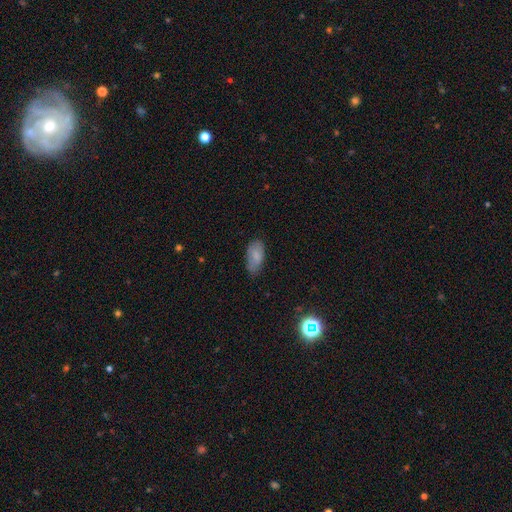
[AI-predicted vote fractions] This is clearly a smooth galaxy (80%). How rounded: clearly in between (91%). Merging: likely none (65%).